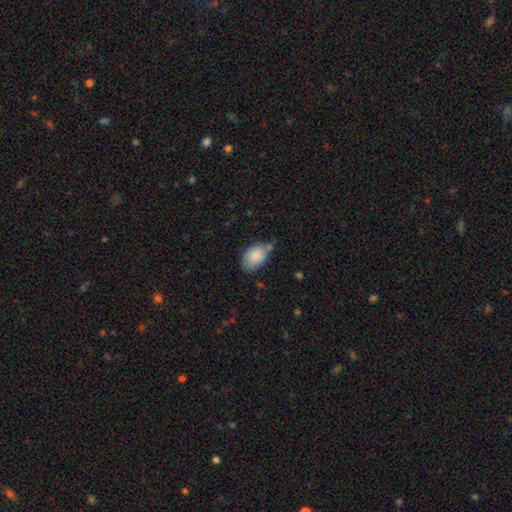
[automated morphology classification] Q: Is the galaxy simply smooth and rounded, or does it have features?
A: smooth — 82%.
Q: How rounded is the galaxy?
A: in between — 89%.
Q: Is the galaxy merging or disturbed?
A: none — 60%.